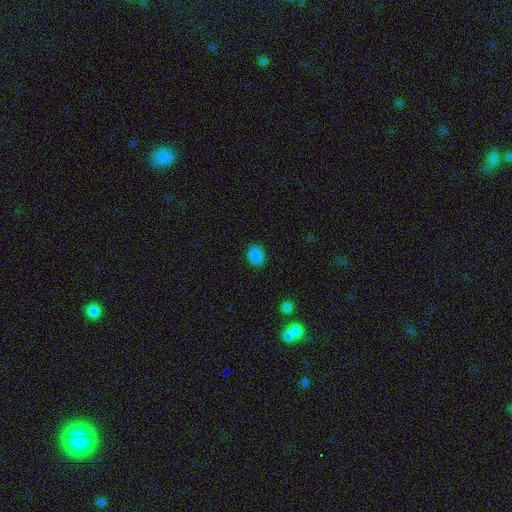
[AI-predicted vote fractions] Q: Smooth or featured?
A: smooth (86%); runner-up: star or artifact (12%)
Q: How rounded?
A: in between (51%); runner-up: round (48%)
Q: Merging?
A: none (88%); runner-up: minor disturbance (8%)